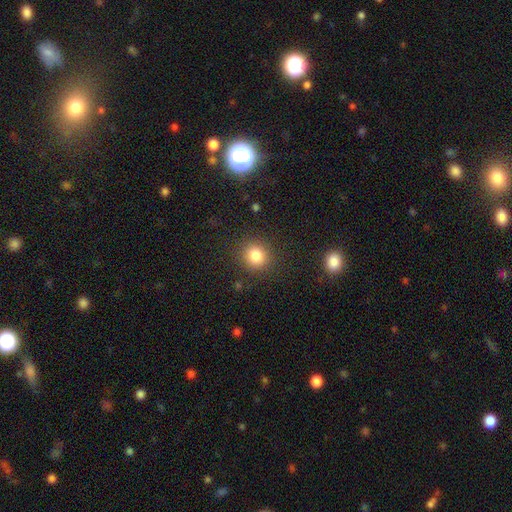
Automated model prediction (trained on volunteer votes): smooth-or-featured: smooth: 83% | star or artifact: 12% | featured or disk: 5%
  how-rounded: round: 87% | in between: 13% | cigar-shaped: 1%
  merging: none: 87% | minor disturbance: 8% | major disturbance: 3% | merger: 2%